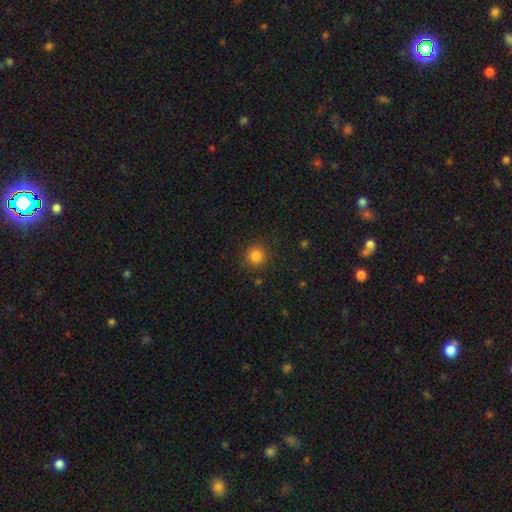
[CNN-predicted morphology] Smooth or featured? smooth (84%)
How rounded? round (93%)
Merging? none (87%)